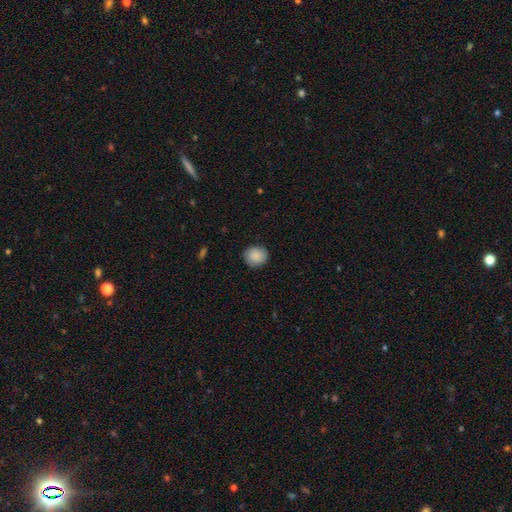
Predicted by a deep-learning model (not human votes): smooth_or_featured: smooth (p=0.87) [alt: star or artifact p=0.07]
how_rounded: round (p=0.81) [alt: in between p=0.18]
merging: none (p=0.86) [alt: minor disturbance p=0.10]